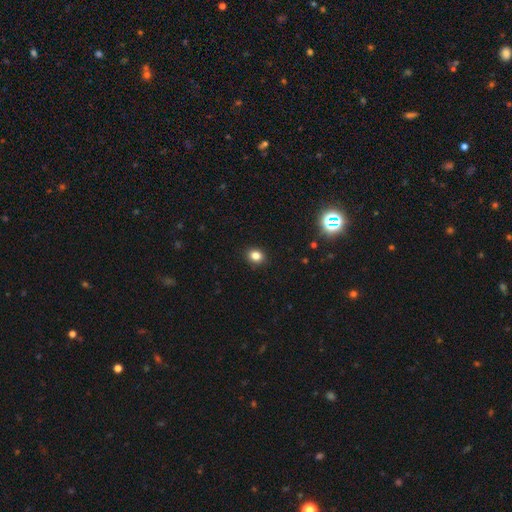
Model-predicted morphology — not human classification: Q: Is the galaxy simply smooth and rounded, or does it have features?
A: smooth — 82%.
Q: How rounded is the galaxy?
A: round — 65%.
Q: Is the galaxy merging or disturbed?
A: none — 91%.